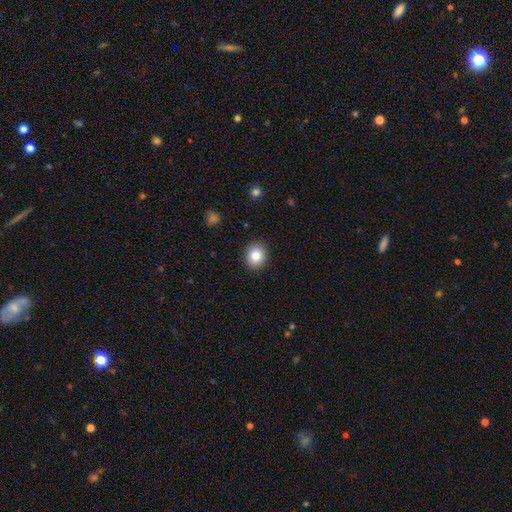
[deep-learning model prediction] The model was most divided on "how rounded": round: 67%, in between: 32%, cigar-shaped: 1%. More confident: merging — none (90%); smooth or featured — smooth (84%).